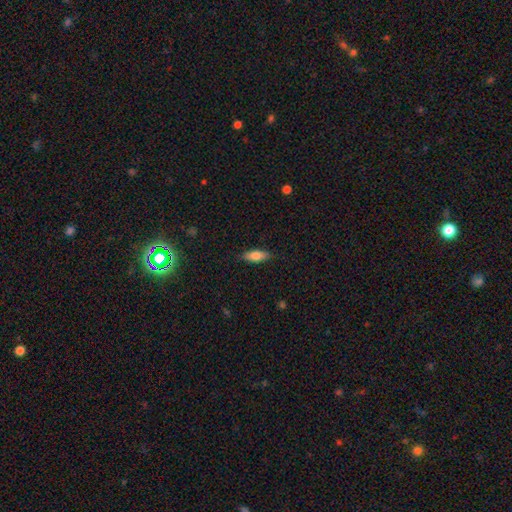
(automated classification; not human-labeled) smooth_or_featured: smooth (p=0.77) [alt: featured or disk p=0.16]
how_rounded: in between (p=0.73) [alt: cigar-shaped p=0.25]
merging: none (p=0.85) [alt: minor disturbance p=0.11]